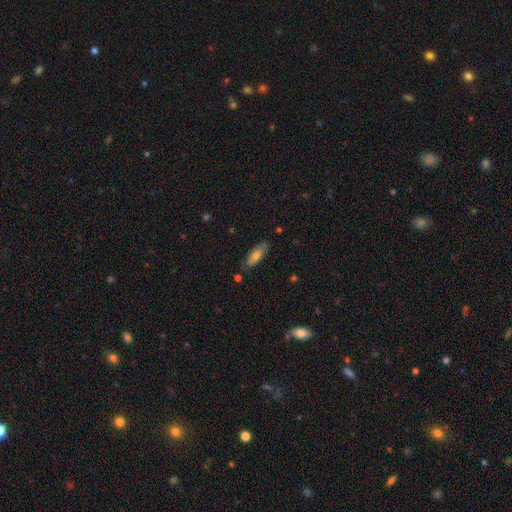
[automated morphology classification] smooth_or_featured: smooth (p=0.65) [alt: featured or disk p=0.28]
how_rounded: in between (p=0.56) [alt: cigar-shaped p=0.42]
merging: none (p=0.78) [alt: minor disturbance p=0.16]